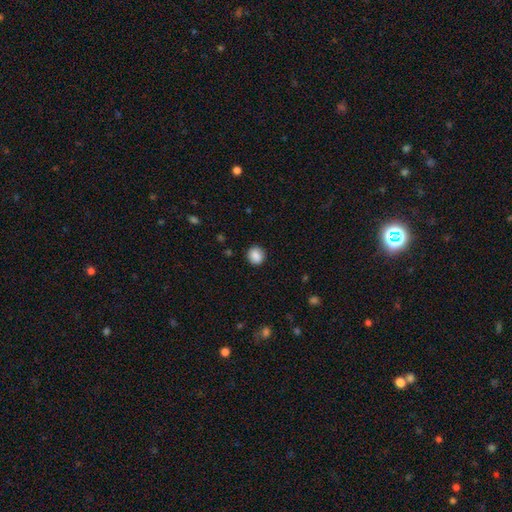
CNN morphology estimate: Smooth or featured?
  - smooth: 86% *
  - star or artifact: 9%
  - featured or disk: 5%
How rounded?
  - round: 81% *
  - in between: 18%
  - cigar-shaped: 1%
Merging?
  - none: 88% *
  - minor disturbance: 8%
  - major disturbance: 2%
  - merger: 1%